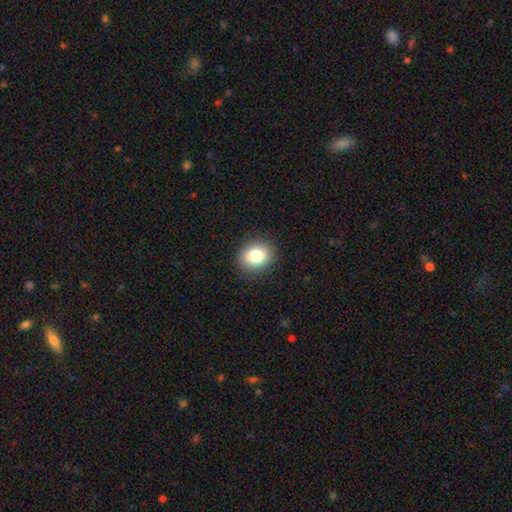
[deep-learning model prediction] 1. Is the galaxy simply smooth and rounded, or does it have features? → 82% smooth, 10% star or artifact, 8% featured or disk.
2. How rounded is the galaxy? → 59% round, 40% in between, 1% cigar-shaped.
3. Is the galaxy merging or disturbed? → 89% none, 8% minor disturbance, 2% major disturbance, 1% merger.